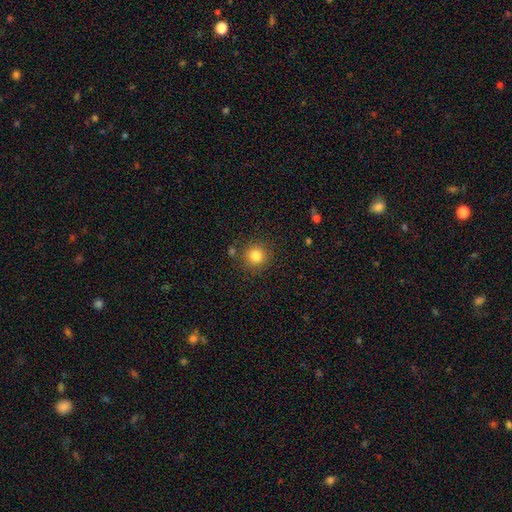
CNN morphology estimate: Overall: smooth (83%). How rounded: round (93%). Merging: none (84%).